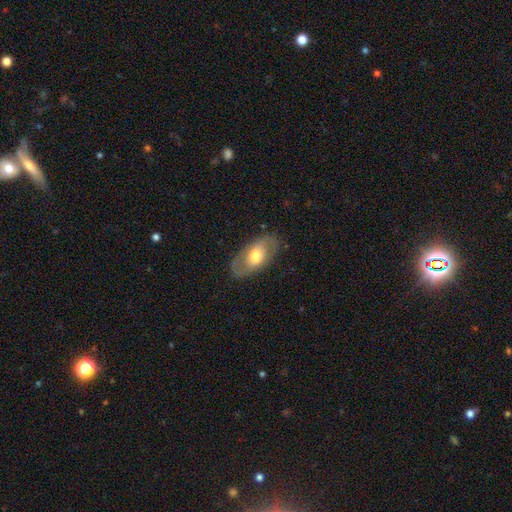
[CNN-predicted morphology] smooth-or-featured: featured or disk: 55% | smooth: 39% | star or artifact: 6%
  disk-edge-on: no: 88% | yes: 12%
  merging: none: 80% | minor disturbance: 13% | major disturbance: 6% | merger: 1%